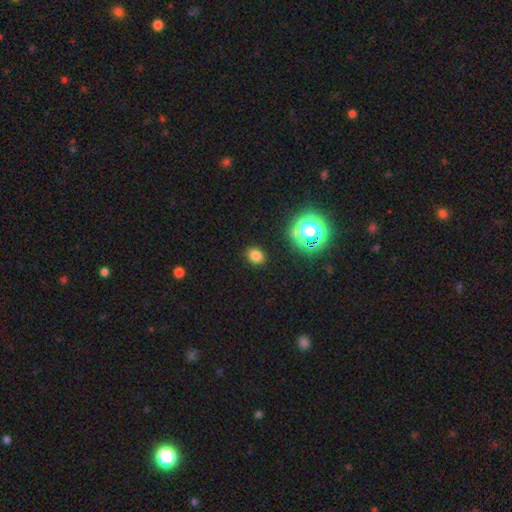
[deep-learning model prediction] A smooth galaxy with no disk features (75%) that is round (50%). Merging: none (88%).